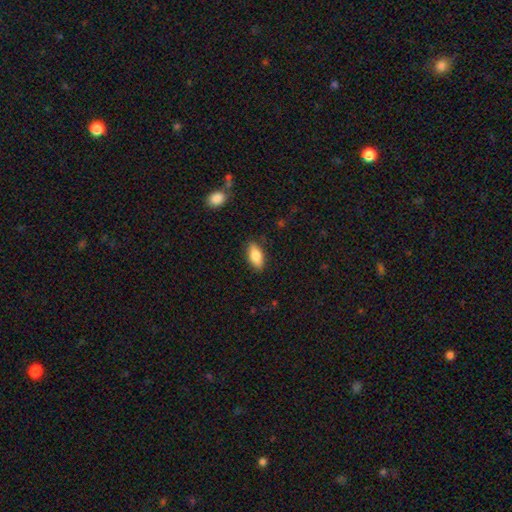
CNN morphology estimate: This is likely a smooth galaxy (79%). How rounded: clearly in between (83%). Merging: clearly none (85%).